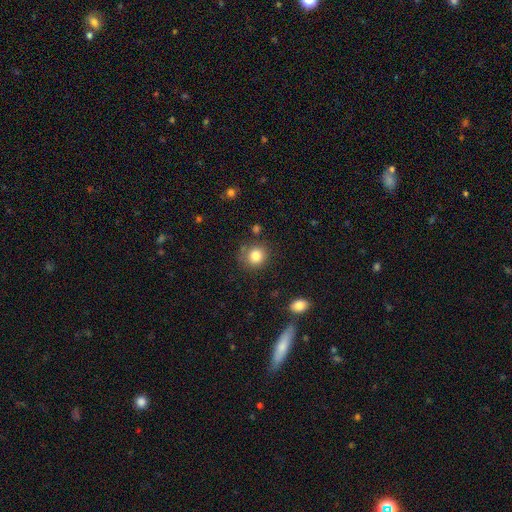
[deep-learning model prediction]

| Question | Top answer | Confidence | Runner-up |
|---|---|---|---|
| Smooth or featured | smooth | 83% | star or artifact (11%) |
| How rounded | round | 83% | in between (16%) |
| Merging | none | 80% | minor disturbance (13%) |